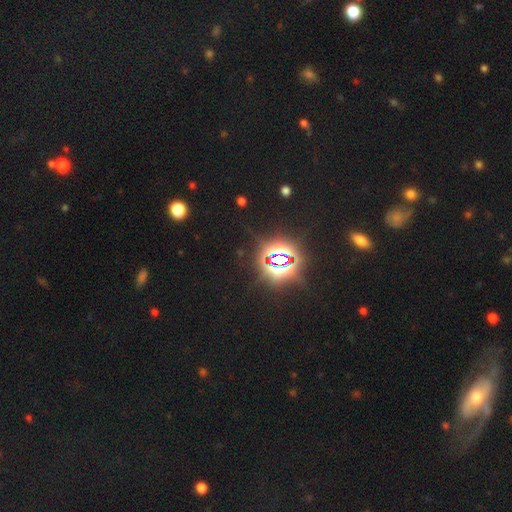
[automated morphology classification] A star or artifact, not a galaxy (82%).